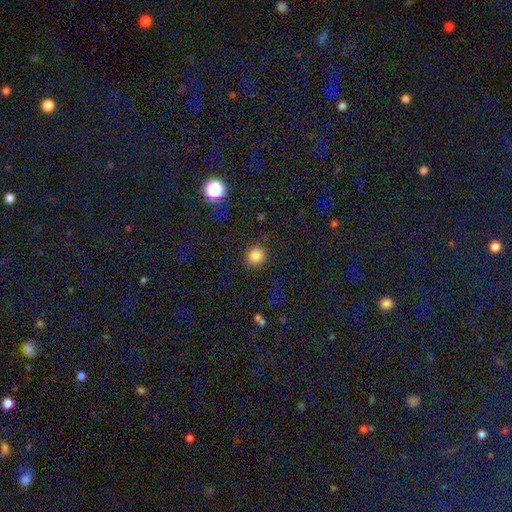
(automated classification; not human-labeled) smooth-or-featured: smooth: 77% | star or artifact: 16% | featured or disk: 7%
  how-rounded: round: 83% | in between: 16% | cigar-shaped: 1%
  merging: none: 78% | minor disturbance: 11% | merger: 6% | major disturbance: 4%